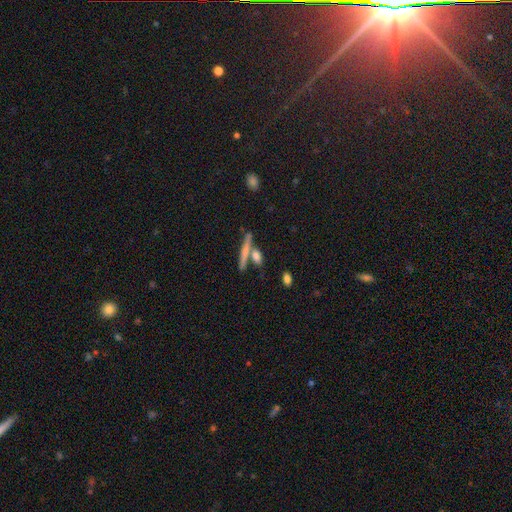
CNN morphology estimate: A smooth galaxy with no disk features (60%) that is cigar-shaped (73%). Merging: none (62%).